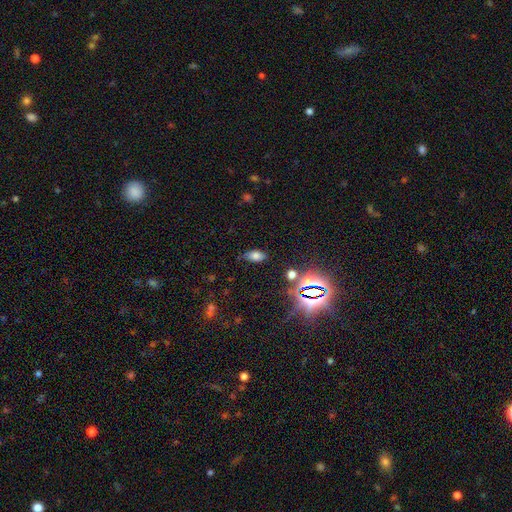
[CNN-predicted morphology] The model was most divided on "smooth or featured": smooth: 69%, star or artifact: 21%, featured or disk: 10%. More confident: how rounded — in between (90%); merging — none (76%).